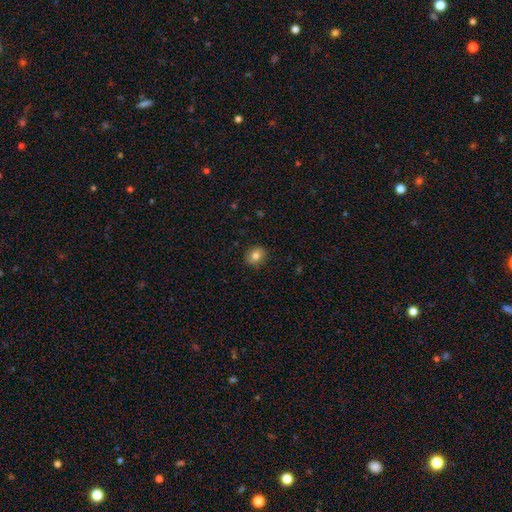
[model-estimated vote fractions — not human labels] The model was most divided on "how rounded": round: 72%, in between: 27%, cigar-shaped: 1%. More confident: merging — none (89%); smooth or featured — smooth (81%).